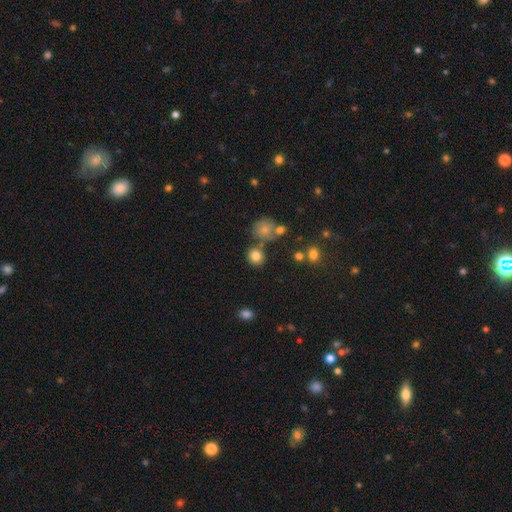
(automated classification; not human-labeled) Smooth or featured?
  - smooth: 81% *
  - star or artifact: 12%
  - featured or disk: 7%
How rounded?
  - round: 85% *
  - in between: 14%
  - cigar-shaped: 1%
Merging?
  - none: 75% *
  - merger: 12%
  - minor disturbance: 10%
  - major disturbance: 4%